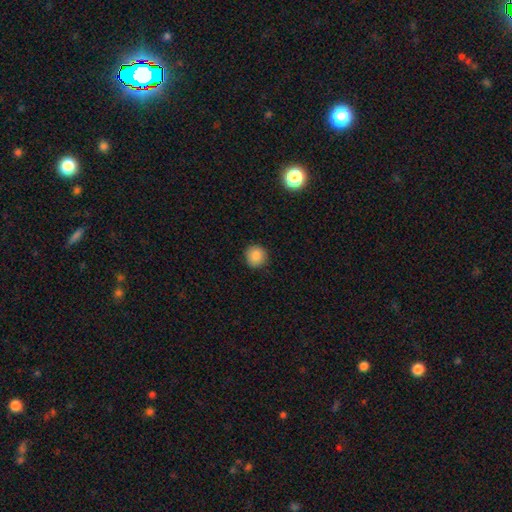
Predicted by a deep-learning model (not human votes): Overall: smooth (87%). How rounded: round (93%). Merging: none (91%).